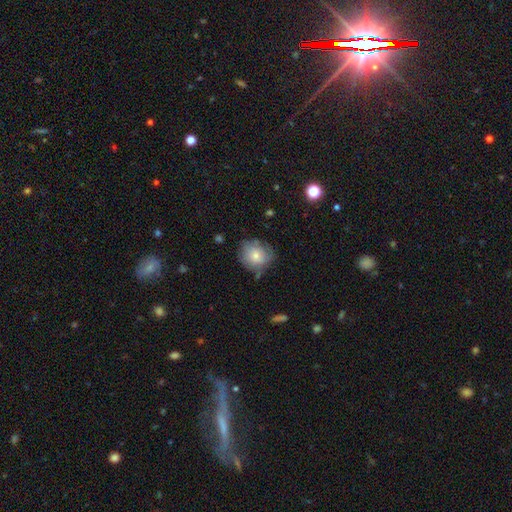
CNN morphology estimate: Overall: smooth (73%). How rounded: round (72%). Merging: none (64%; minor disturbance 26%).